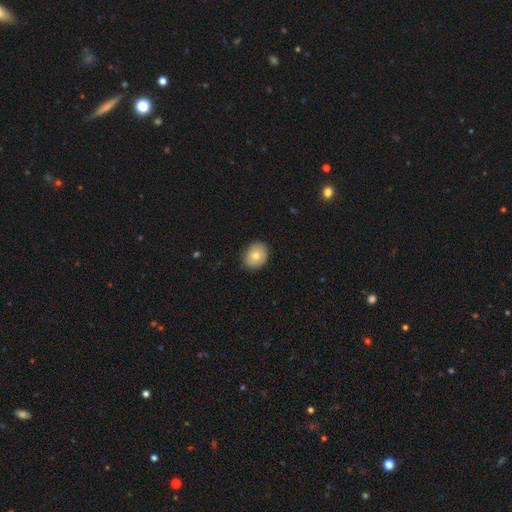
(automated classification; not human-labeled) smooth_or_featured: smooth (p=0.74) [alt: featured or disk p=0.18]
how_rounded: round (p=0.53) [alt: in between p=0.46]
merging: none (p=0.87) [alt: minor disturbance p=0.11]